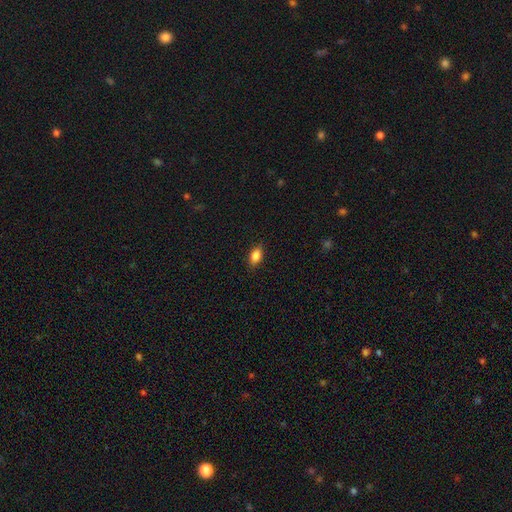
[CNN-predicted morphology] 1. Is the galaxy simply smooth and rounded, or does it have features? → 85% smooth, 8% star or artifact, 6% featured or disk.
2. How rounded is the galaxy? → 86% in between, 9% round, 5% cigar-shaped.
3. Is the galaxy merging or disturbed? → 86% none, 11% minor disturbance, 2% major disturbance, 1% merger.